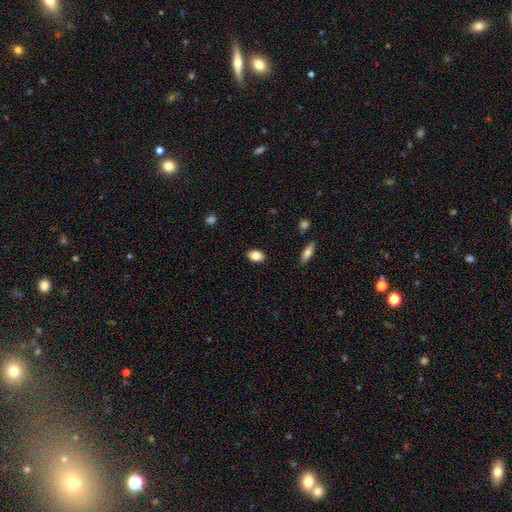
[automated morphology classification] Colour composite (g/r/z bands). It shows a smooth galaxy with no disk features (84%) that is in between round and cigar-shaped (81%). Merging: none (87%).